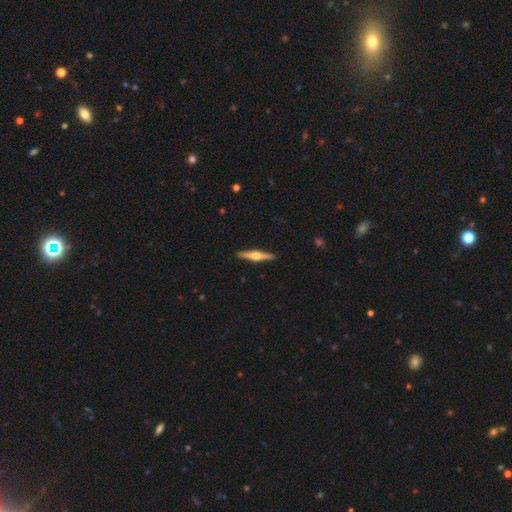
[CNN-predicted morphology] A featured or disk galaxy (72%) viewed edge-on (98%) with a rounded central bulge (91%). Merging: none (92%).